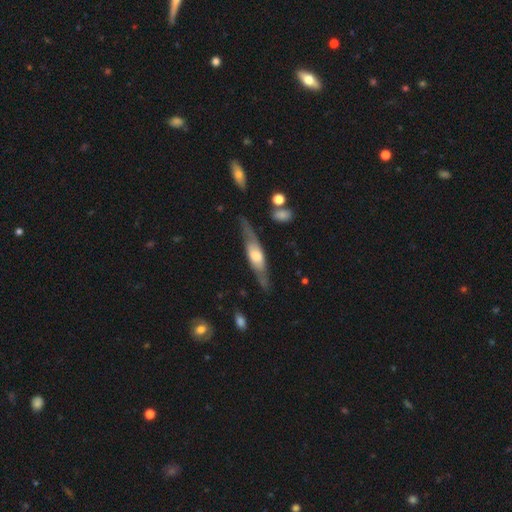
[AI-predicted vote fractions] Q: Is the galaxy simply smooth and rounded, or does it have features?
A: featured or disk — 64%.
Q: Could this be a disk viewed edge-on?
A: yes — 81%.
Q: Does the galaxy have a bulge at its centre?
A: rounded — 75%.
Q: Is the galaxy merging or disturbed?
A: none — 74%.